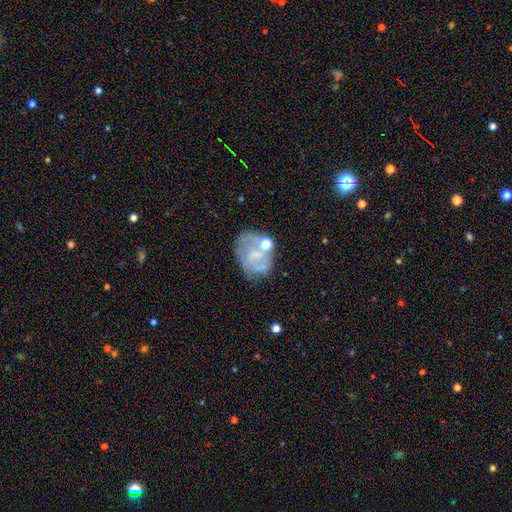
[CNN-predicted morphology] This appears to be a featured or disk galaxy (55%) with no bar (62%), no spiral arms (60%) and no central bulge (38%). Merging: none (46%).